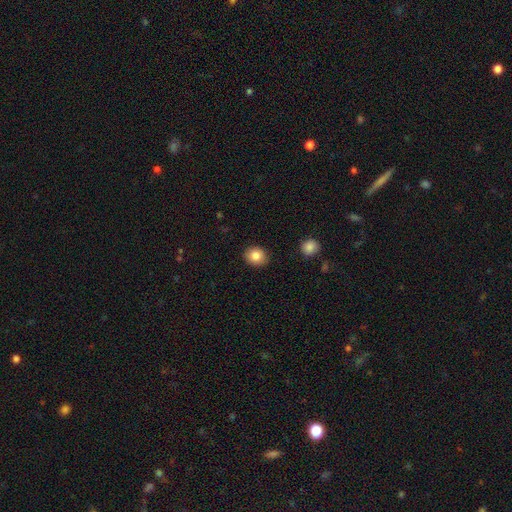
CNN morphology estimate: The model was most divided on "how rounded": round: 61%, in between: 38%, cigar-shaped: 1%. More confident: merging — none (89%); smooth or featured — smooth (84%).